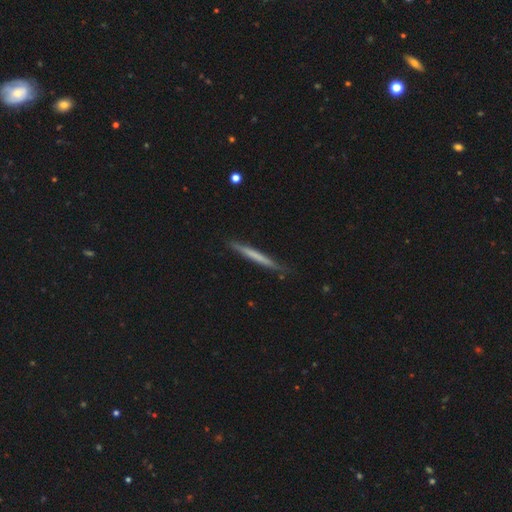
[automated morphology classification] Q: Smooth or featured?
A: smooth (56%); runner-up: featured or disk (39%)
Q: How rounded?
A: cigar-shaped (97%); runner-up: in between (2%)
Q: Merging?
A: none (85%); runner-up: minor disturbance (12%)